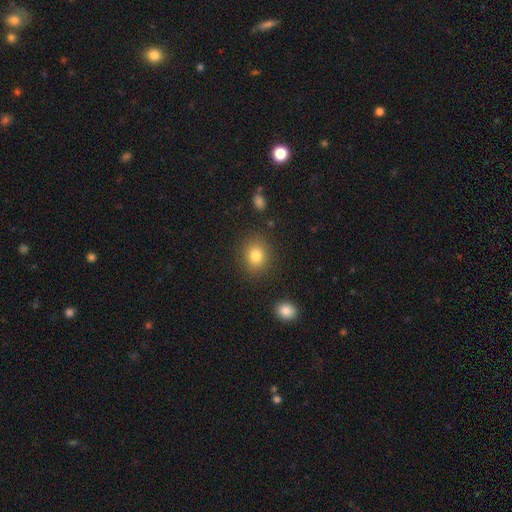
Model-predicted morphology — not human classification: type=smooth (81%); roundness=round (71%); merging=none (86%).